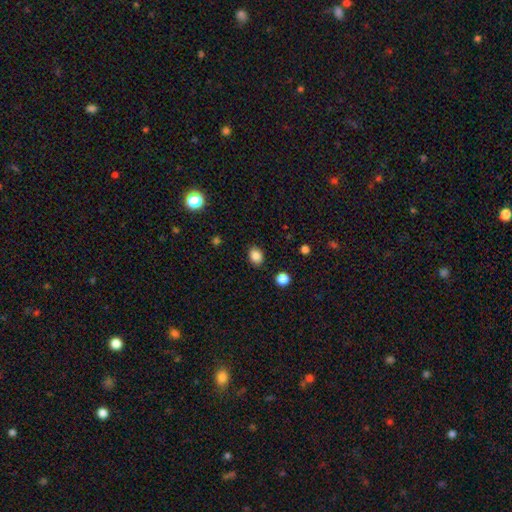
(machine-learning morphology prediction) smooth_or_featured: smooth (p=0.85) [alt: star or artifact p=0.10]
how_rounded: in between (p=0.54) [alt: round p=0.45]
merging: none (p=0.86) [alt: minor disturbance p=0.10]